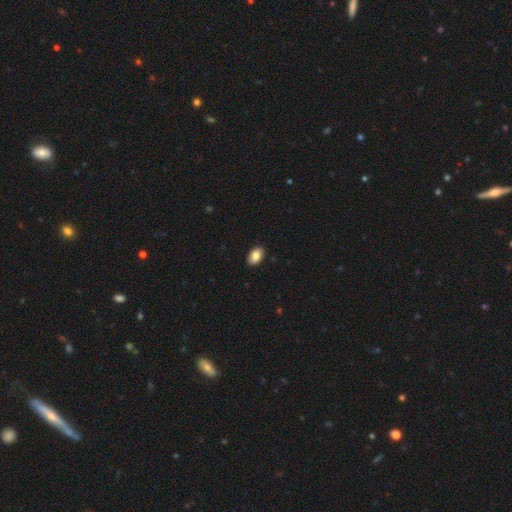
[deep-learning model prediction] Overall: smooth (86%). How rounded: in between (90%). Merging: none (90%).